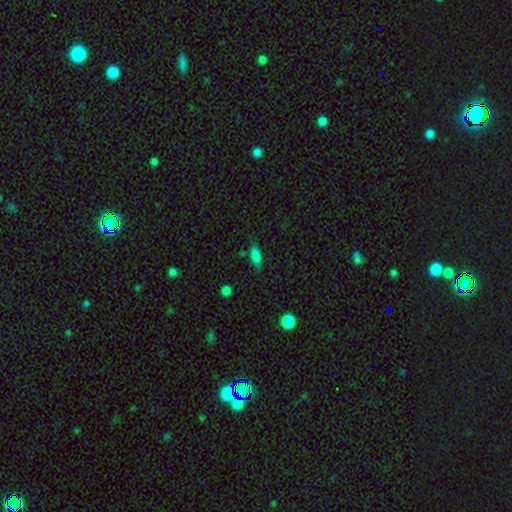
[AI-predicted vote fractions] smooth-or-featured: smooth: 73% | featured or disk: 16% | star or artifact: 11%
  how-rounded: in between: 63% | cigar-shaped: 33% | round: 4%
  merging: none: 72% | minor disturbance: 21% | major disturbance: 5% | merger: 2%